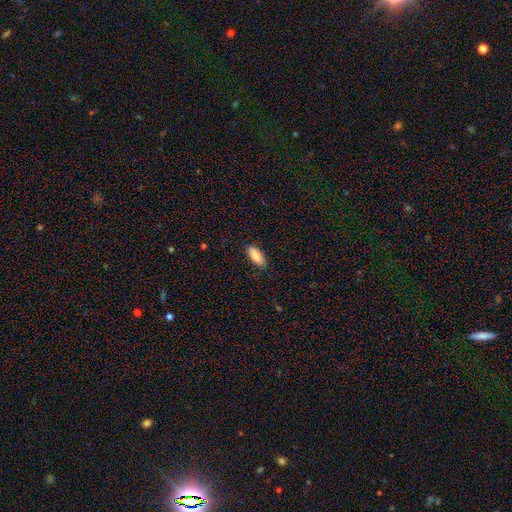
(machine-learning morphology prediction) A smooth galaxy with no disk features (87%) that is in between round and cigar-shaped (79%).

Vote fractions:
- Smooth or featured? smooth: 87% / featured or disk: 6% / star or artifact: 6%
- How rounded? in between: 79% / cigar-shaped: 19% / round: 2%
- Merging? none: 85% / minor disturbance: 12% / major disturbance: 2% / merger: 1%